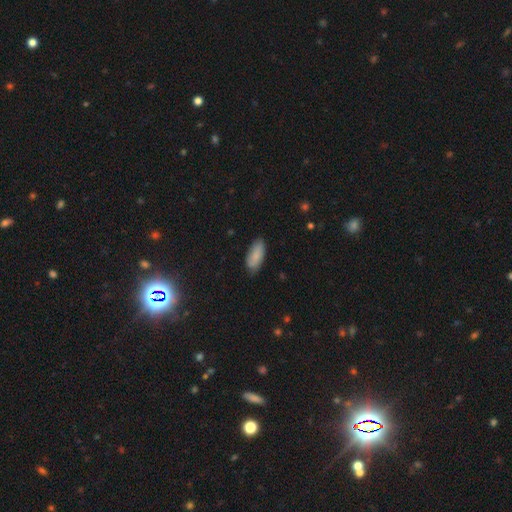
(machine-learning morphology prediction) A smooth galaxy with no disk features (85%) that is in between round and cigar-shaped (86%).

Vote fractions:
- Smooth or featured? smooth: 85% / featured or disk: 9% / star or artifact: 6%
- How rounded? in between: 86% / cigar-shaped: 12% / round: 2%
- Merging? none: 80% / minor disturbance: 16% / major disturbance: 3% / merger: 1%